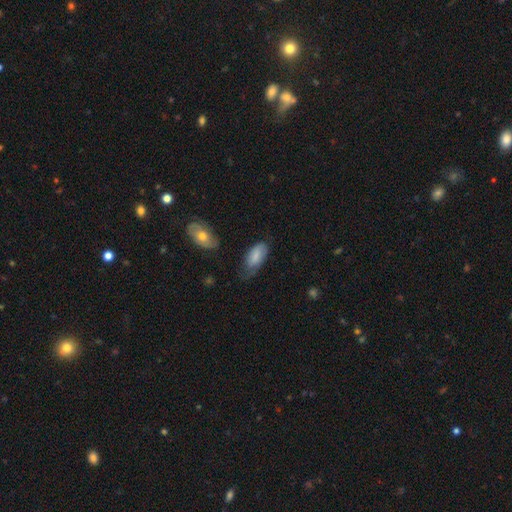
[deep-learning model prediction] Q: Smooth or featured?
A: smooth (77%); runner-up: featured or disk (16%)
Q: How rounded?
A: in between (93%); runner-up: cigar-shaped (5%)
Q: Merging?
A: none (42%); runner-up: minor disturbance (39%)